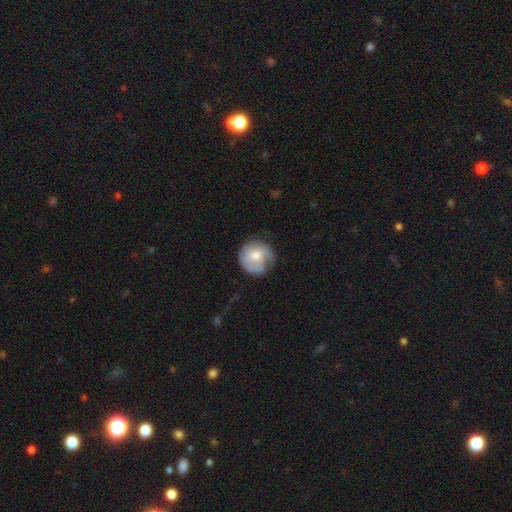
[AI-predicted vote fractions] Smooth or featured: smooth — 53% (featured or disk — 40%)
How rounded: round — 87% (in between — 12%)
Merging: none — 60% (minor disturbance — 26%)